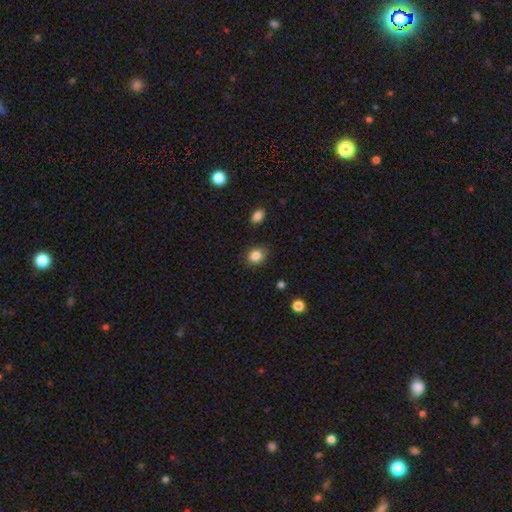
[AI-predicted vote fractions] Smooth or featured? Predicted: smooth (p=0.85). How rounded? Predicted: round (p=0.64). Merging? Predicted: none (p=0.85).